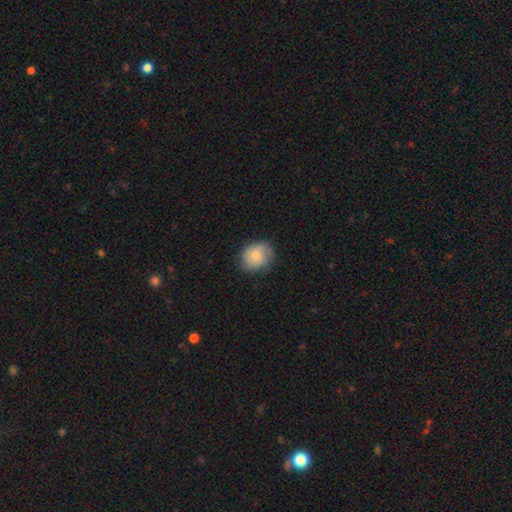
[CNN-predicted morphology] smooth-or-featured: smooth: 74% | featured or disk: 19% | star or artifact: 7%
  how-rounded: round: 68% | in between: 31% | cigar-shaped: 1%
  merging: none: 77% | minor disturbance: 18% | major disturbance: 4% | merger: 1%